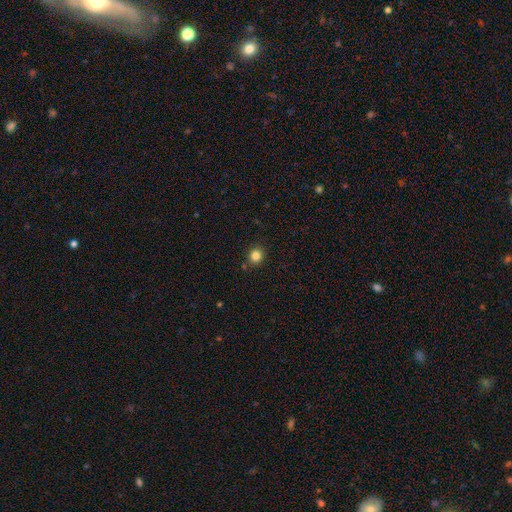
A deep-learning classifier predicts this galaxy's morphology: Smooth or featured? smooth (83%)
How rounded? round (87%)
Merging? none (86%)